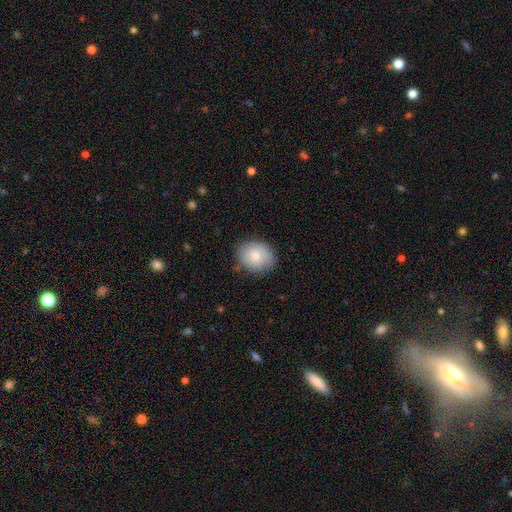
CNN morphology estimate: Smooth or featured? smooth (78%)
How rounded? round (58%)
Merging? none (79%)